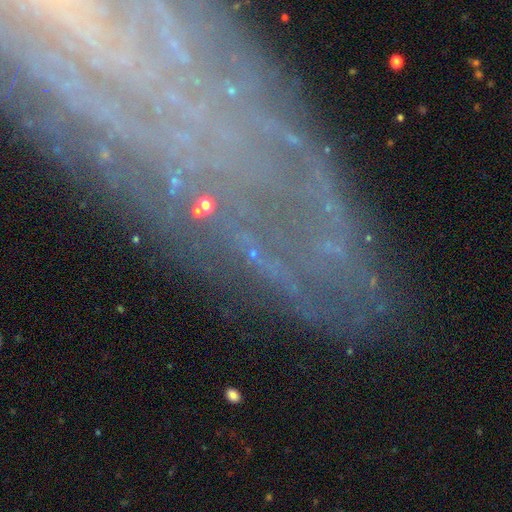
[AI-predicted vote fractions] Overall: star or artifact (47%; featured or disk 39%).